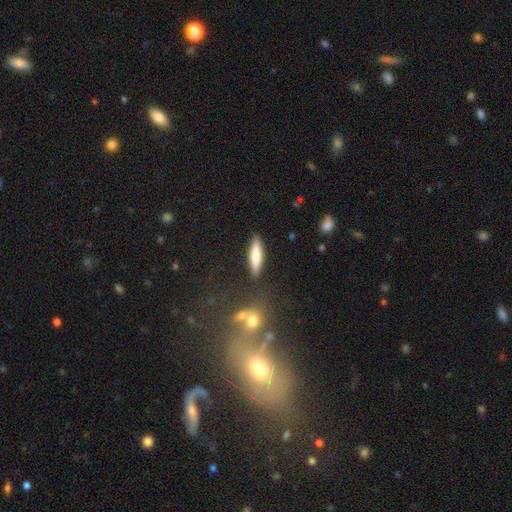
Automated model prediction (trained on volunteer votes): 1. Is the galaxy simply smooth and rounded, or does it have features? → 77% smooth, 17% featured or disk, 6% star or artifact.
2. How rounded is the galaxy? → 80% cigar-shaped, 19% in between, 2% round.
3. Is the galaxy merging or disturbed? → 86% none, 9% minor disturbance, 3% merger, 2% major disturbance.